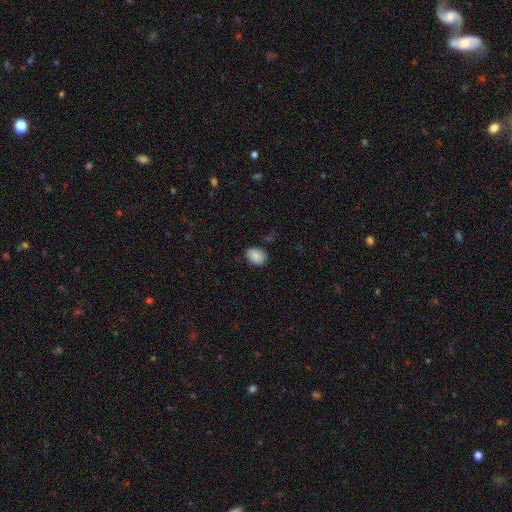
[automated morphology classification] smooth-or-featured: smooth: 88% | star or artifact: 8% | featured or disk: 4%
  how-rounded: in between: 63% | round: 36% | cigar-shaped: 1%
  merging: none: 79% | minor disturbance: 16% | major disturbance: 3% | merger: 2%